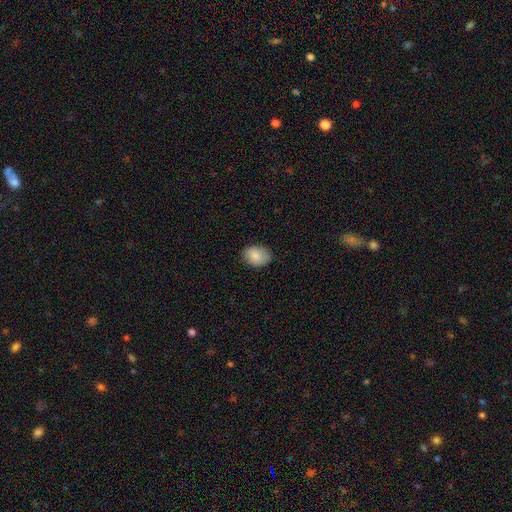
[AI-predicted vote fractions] smooth 86%, featured or disk 7%, star or artifact 7%. Down the decision tree: how rounded — in between (70%); merging — none (82%).